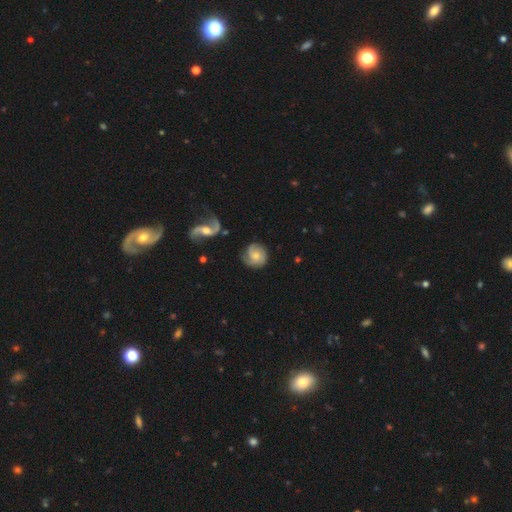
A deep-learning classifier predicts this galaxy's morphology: A featured or disk galaxy (65%) with no bar (71%), 2 (52%) medium (39%) spiral arms (93%) and a moderate central bulge (49%).

Vote fractions:
- Smooth or featured? featured or disk: 65% / smooth: 28% / star or artifact: 6%
- Edge-on disk? no: 97% / yes: 3%
- Bar? no: 71% / weak: 25% / strong: 4%
- Spiral arms? yes: 93% / no: 7%
- Spiral winding? medium: 39% / tight: 37% / loose: 24%
- Spiral arm count? 2: 52% / 3: 18% / can't tell: 14% / 1: 10% / 4: 3% / more than 4: 3%
- Bulge size? moderate: 49% / small: 40% / none: 5% / large: 4% / dominant: 1%
- Merging? none: 69% / minor disturbance: 19% / major disturbance: 8% / merger: 4%